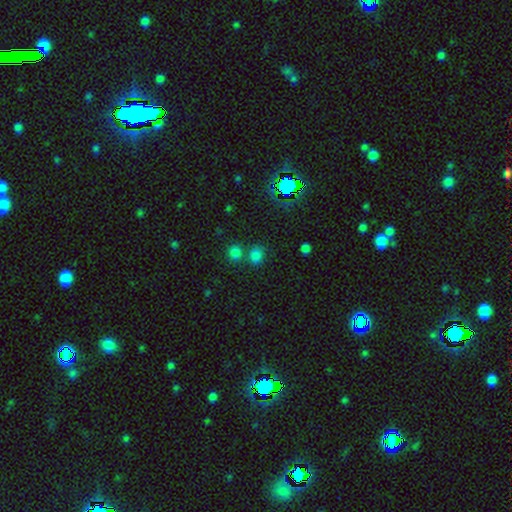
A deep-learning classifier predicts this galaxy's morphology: Smooth or featured?
  - smooth: 73% *
  - star or artifact: 21%
  - featured or disk: 6%
How rounded?
  - round: 65% *
  - in between: 33%
  - cigar-shaped: 1%
Merging?
  - none: 61% *
  - merger: 25%
  - minor disturbance: 10%
  - major disturbance: 4%